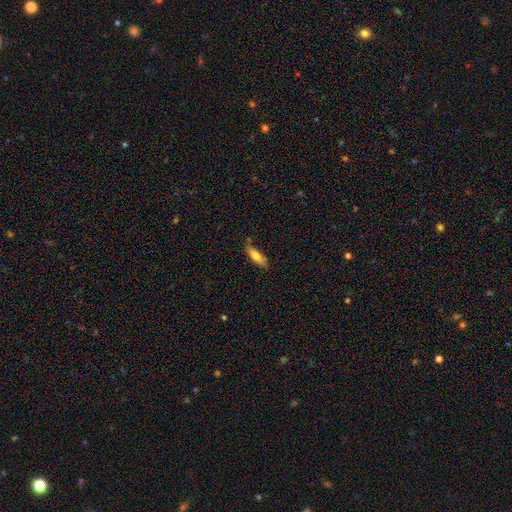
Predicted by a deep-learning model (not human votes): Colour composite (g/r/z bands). It shows a smooth galaxy with no disk features (75%) that is cigar-shaped (50%). Merging: none (71%).